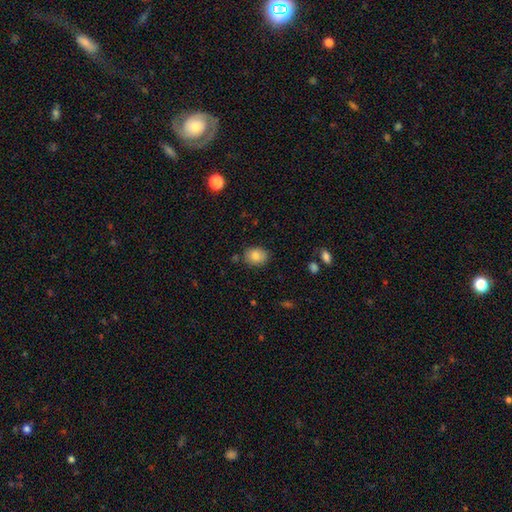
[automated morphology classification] Smooth or featured: smooth — 84% (star or artifact — 9%)
How rounded: in between — 52% (round — 47%)
Merging: none — 82% (minor disturbance — 13%)